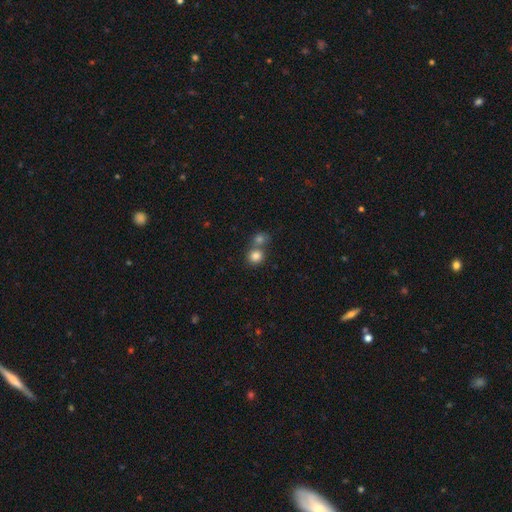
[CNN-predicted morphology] smooth_or_featured: smooth (p=0.82) [alt: star or artifact p=0.11]
how_rounded: round (p=0.86) [alt: in between p=0.13]
merging: none (p=0.48) [alt: merger p=0.42]